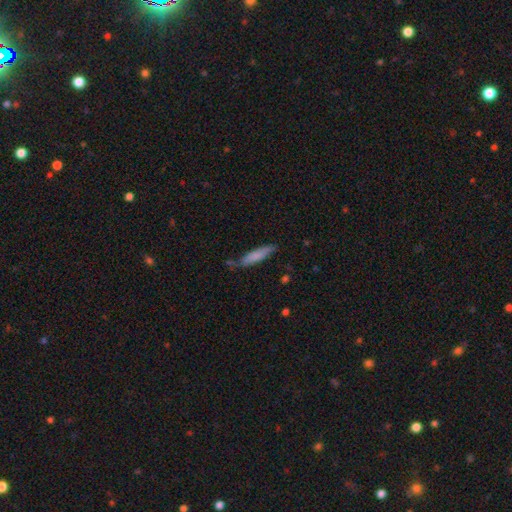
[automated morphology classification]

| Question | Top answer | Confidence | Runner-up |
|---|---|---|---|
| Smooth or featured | smooth | 77% | featured or disk (17%) |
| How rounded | cigar-shaped | 80% | in between (18%) |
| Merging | none | 69% | minor disturbance (21%) |